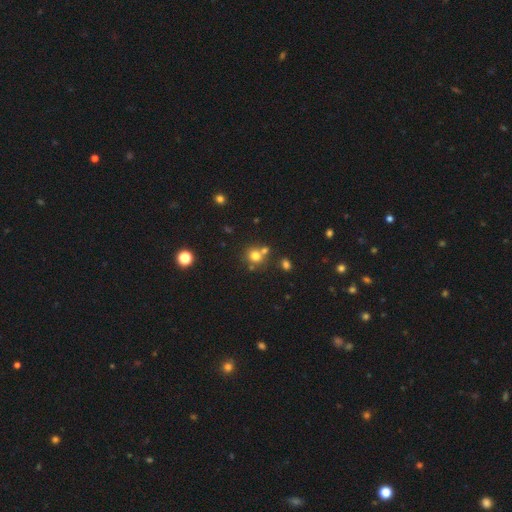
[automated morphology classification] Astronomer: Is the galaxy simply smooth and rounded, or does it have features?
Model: smooth — 74%.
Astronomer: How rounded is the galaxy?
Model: round — 84%.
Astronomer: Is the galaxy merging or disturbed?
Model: none — 60%.